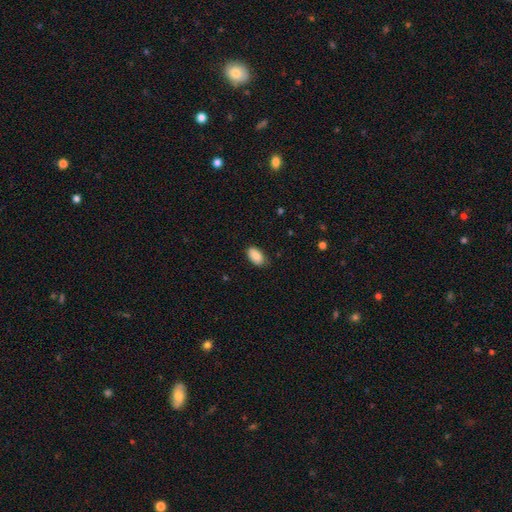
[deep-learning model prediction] Q: Smooth or featured?
A: smooth (87%); runner-up: star or artifact (7%)
Q: How rounded?
A: in between (94%); runner-up: round (4%)
Q: Merging?
A: none (80%); runner-up: minor disturbance (16%)